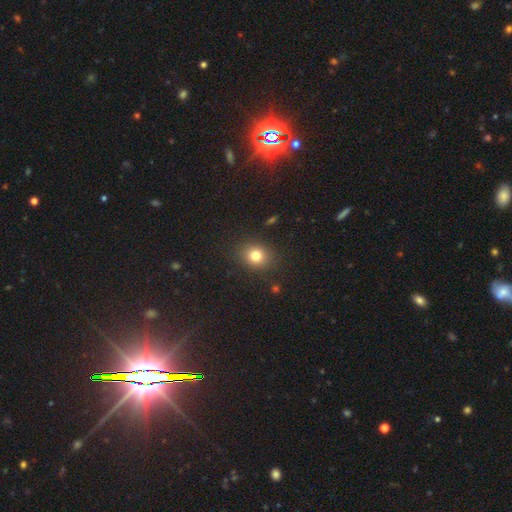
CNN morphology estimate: smooth_or_featured: smooth (p=0.80) [alt: star or artifact p=0.13]
how_rounded: round (p=0.65) [alt: in between p=0.34]
merging: none (p=0.87) [alt: minor disturbance p=0.09]